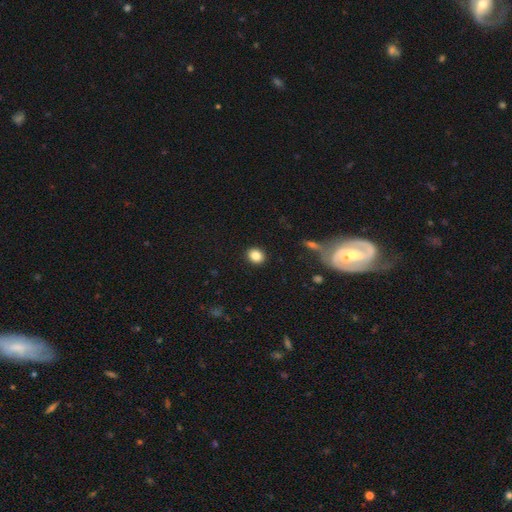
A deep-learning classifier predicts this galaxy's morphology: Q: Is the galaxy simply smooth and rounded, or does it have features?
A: smooth — 86%.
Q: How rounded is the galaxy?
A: round — 61%.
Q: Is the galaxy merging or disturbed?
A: none — 91%.